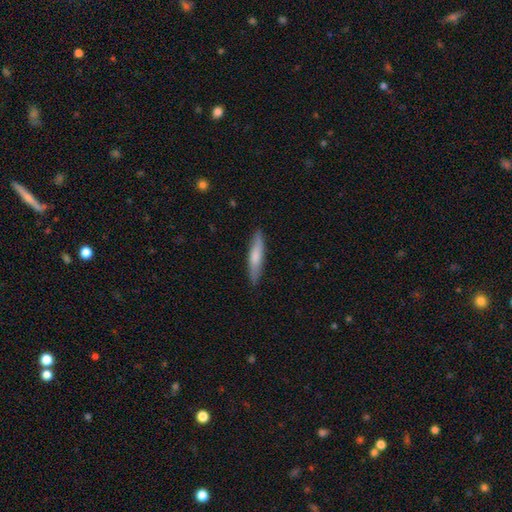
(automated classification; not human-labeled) Overall: smooth (67%; featured or disk 27%). How rounded: cigar-shaped (85%). Merging: none (86%).